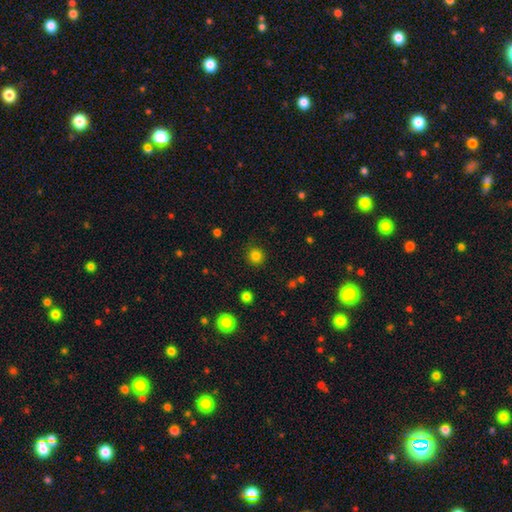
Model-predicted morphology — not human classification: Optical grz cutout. It shows a smooth galaxy with no disk features (82%) that is round (93%). Merging: none (89%).